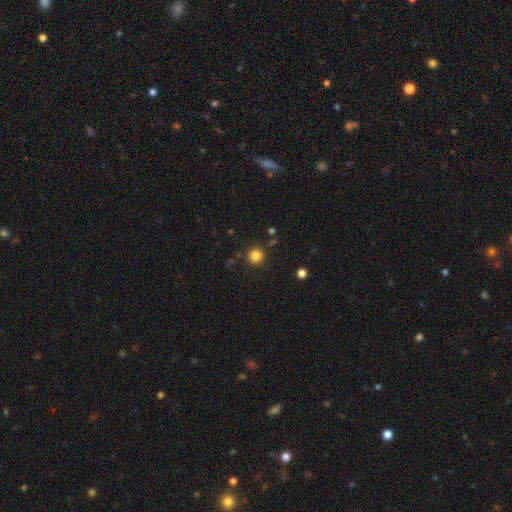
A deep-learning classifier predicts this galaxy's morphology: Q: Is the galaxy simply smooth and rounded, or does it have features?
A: smooth — 84%.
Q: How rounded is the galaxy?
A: round — 94%.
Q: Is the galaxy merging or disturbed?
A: none — 87%.